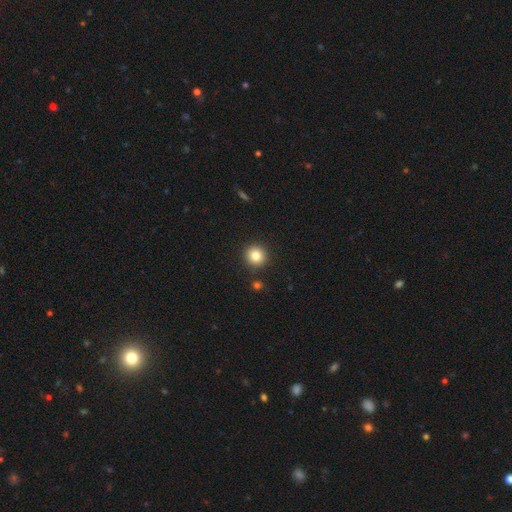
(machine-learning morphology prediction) Q: Smooth or featured?
A: smooth (83%); runner-up: star or artifact (11%)
Q: How rounded?
A: round (94%); runner-up: in between (5%)
Q: Merging?
A: none (90%); runner-up: minor disturbance (6%)